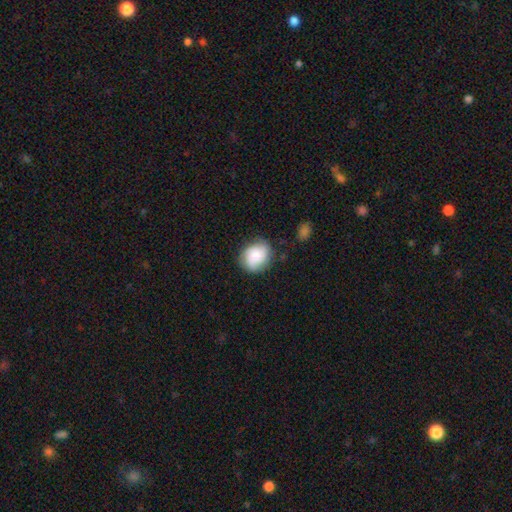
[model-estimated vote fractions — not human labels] Morphology: type=smooth (60%); roundness=round (64%); merging=none (73%).